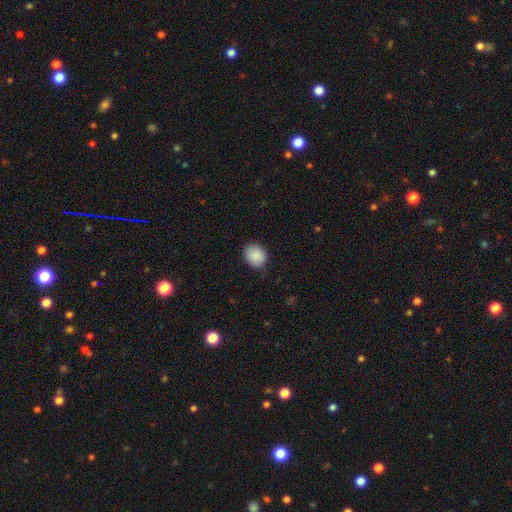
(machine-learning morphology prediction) smooth-or-featured: smooth: 89% | star or artifact: 7% | featured or disk: 3%
  how-rounded: round: 53% | in between: 46% | cigar-shaped: 1%
  merging: none: 83% | minor disturbance: 14% | major disturbance: 3% | merger: 1%